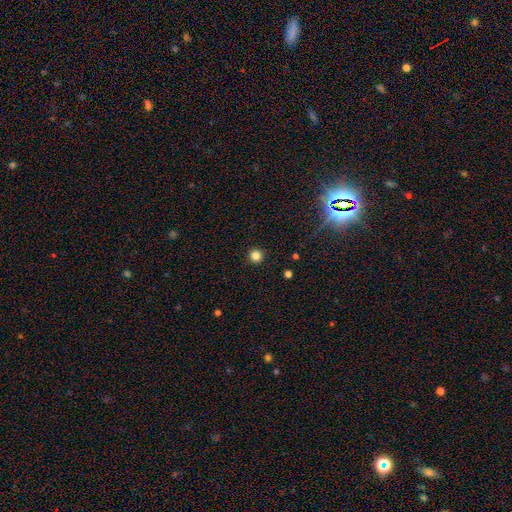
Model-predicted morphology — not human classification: smooth-or-featured: smooth: 83% | star or artifact: 12% | featured or disk: 4%
  how-rounded: round: 96% | in between: 3% | cigar-shaped: 1%
  merging: none: 93% | minor disturbance: 4% | major disturbance: 2% | merger: 1%